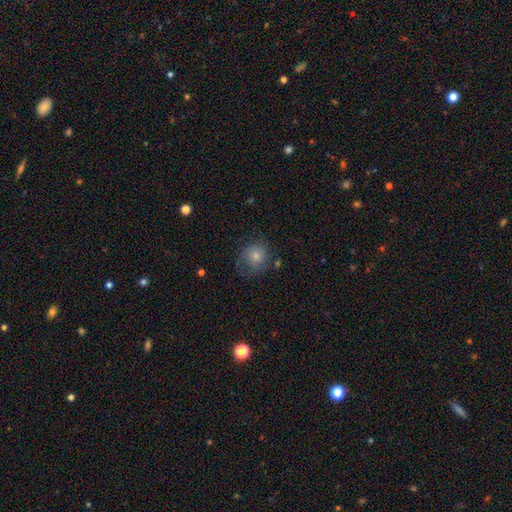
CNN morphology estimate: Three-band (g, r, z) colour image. It shows a smooth galaxy with no disk features (51%) that is round (80%). Merging: none (67%).